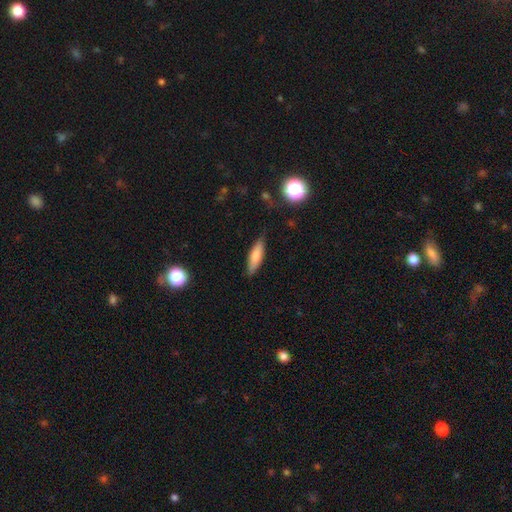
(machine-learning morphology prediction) smooth 75%, featured or disk 18%, star or artifact 7%. Down the decision tree: how rounded — cigar-shaped (60%); merging — none (81%).